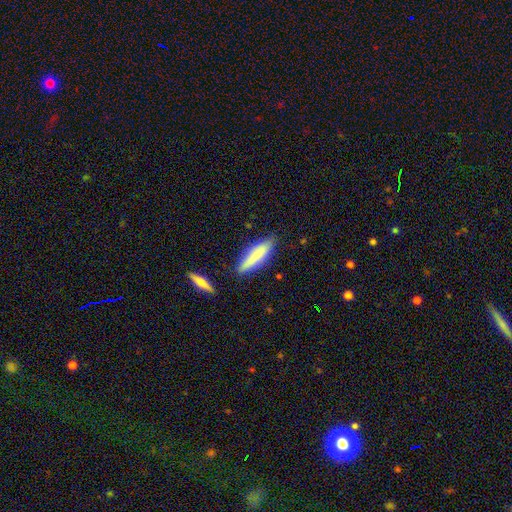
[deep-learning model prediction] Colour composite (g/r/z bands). It shows a smooth galaxy with no disk features (77%) that is cigar-shaped (72%). Merging: none (81%).